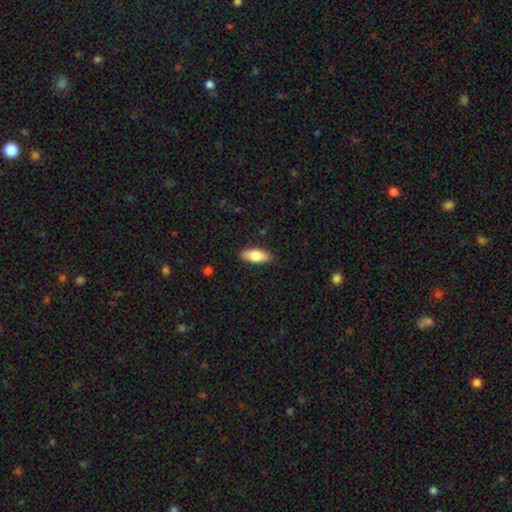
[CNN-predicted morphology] Overall: smooth (75%). How rounded: in between (79%). Merging: none (88%).